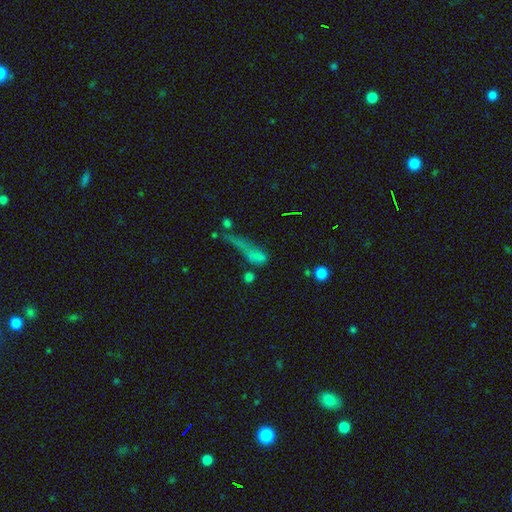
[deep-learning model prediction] Morphology: type=smooth (57%); roundness=in between (46%); merging=major disturbance (40%).